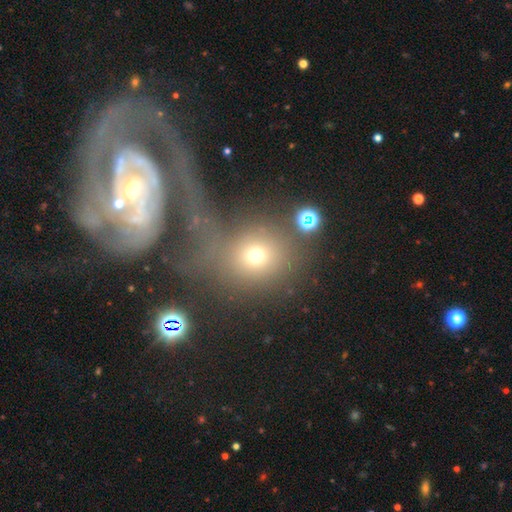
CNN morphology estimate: smooth-or-featured: smooth: 63% | featured or disk: 19% | star or artifact: 18%
  how-rounded: round: 76% | in between: 22% | cigar-shaped: 2%
  merging: none: 35% | merger: 31% | major disturbance: 23% | minor disturbance: 11%